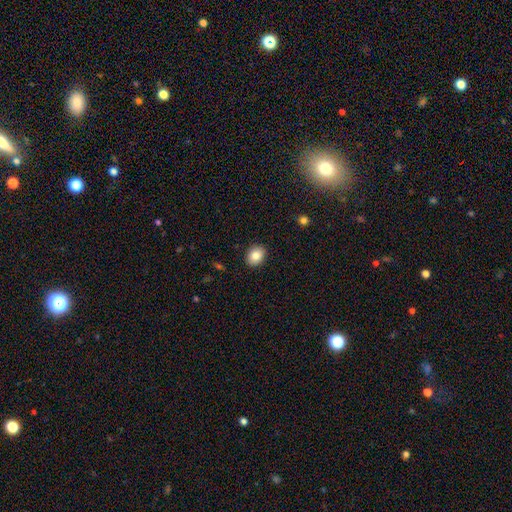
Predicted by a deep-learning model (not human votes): Smooth or featured: smooth — 84% (star or artifact — 8%)
How rounded: in between — 54% (round — 45%)
Merging: none — 90% (minor disturbance — 7%)